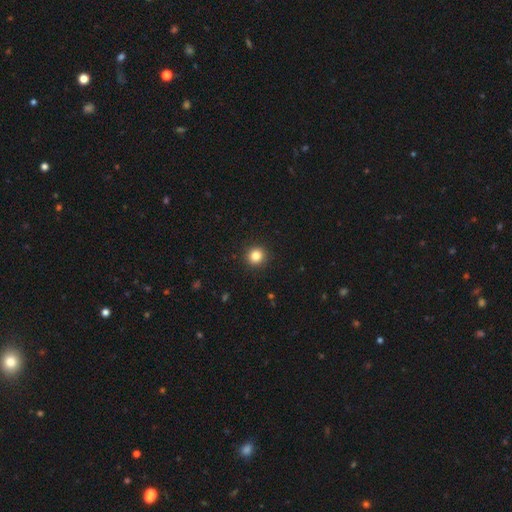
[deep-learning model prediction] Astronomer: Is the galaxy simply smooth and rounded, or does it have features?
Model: smooth — 84%.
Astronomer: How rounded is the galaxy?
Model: round — 92%.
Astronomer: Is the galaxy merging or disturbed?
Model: none — 92%.